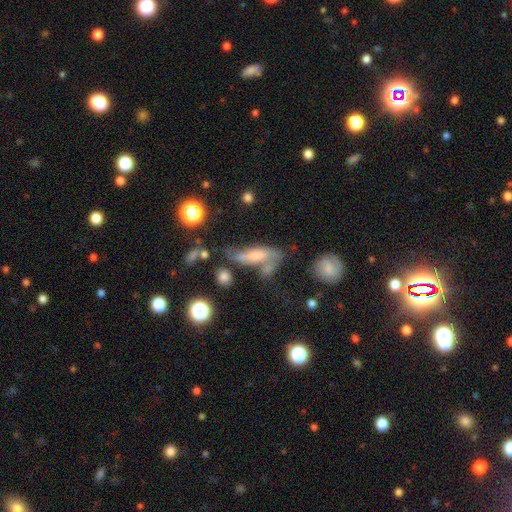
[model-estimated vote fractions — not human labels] Overall: featured or disk (46%; smooth 42%). Merging: none (41%; minor disturbance 23%).